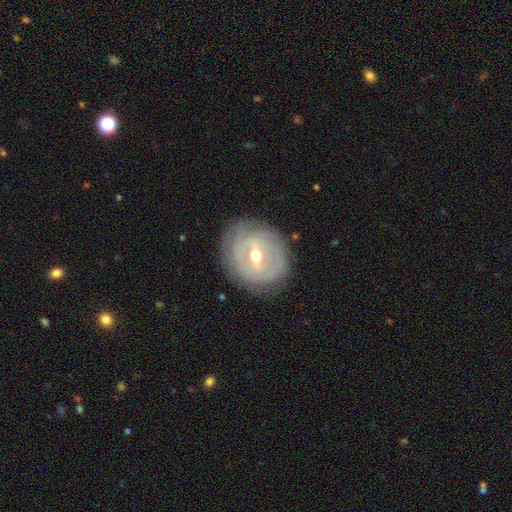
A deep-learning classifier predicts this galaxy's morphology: This appears to be a featured or disk galaxy (78%) with a weak bar (47%), spiral arms (66%) and a moderate central bulge (69%). Merging: none (78%).